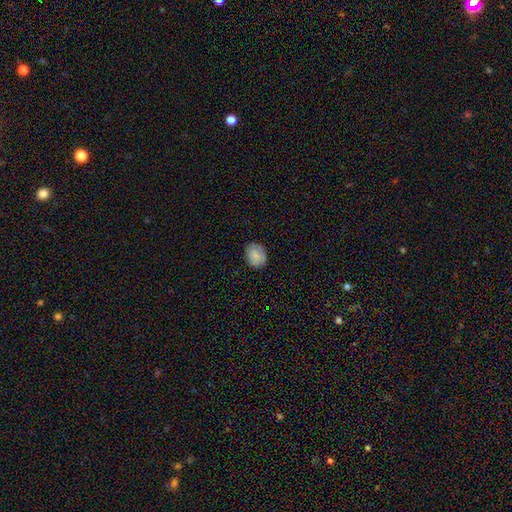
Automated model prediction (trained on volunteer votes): Overall: smooth (86%). How rounded: in between (50%; round 49%). Merging: none (84%).